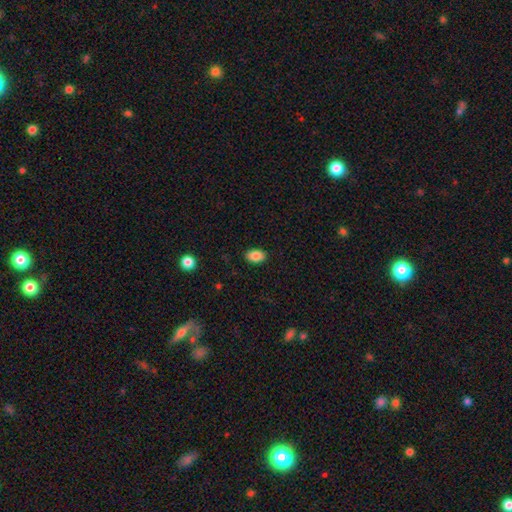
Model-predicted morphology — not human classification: Smooth or featured? Predicted: smooth (p=0.86). How rounded? Predicted: in between (p=0.88). Merging? Predicted: none (p=0.89).